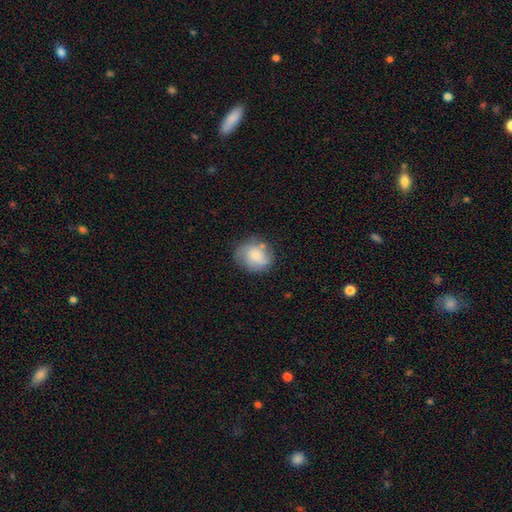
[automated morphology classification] type=smooth (66%); roundness=round (66%); merging=none (61%).